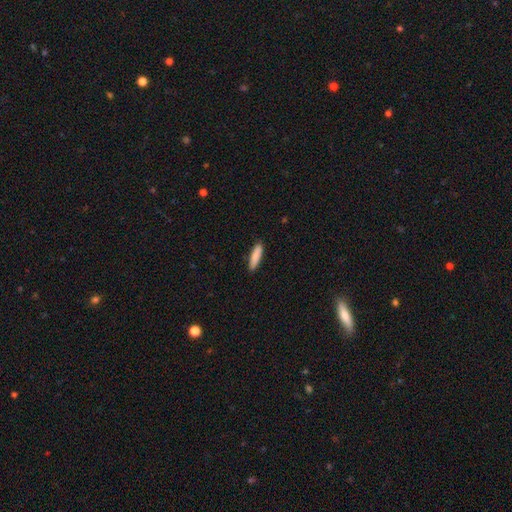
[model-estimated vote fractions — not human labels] Q: Smooth or featured?
A: smooth (87%); runner-up: featured or disk (7%)
Q: How rounded?
A: cigar-shaped (75%); runner-up: in between (24%)
Q: Merging?
A: none (88%); runner-up: minor disturbance (9%)